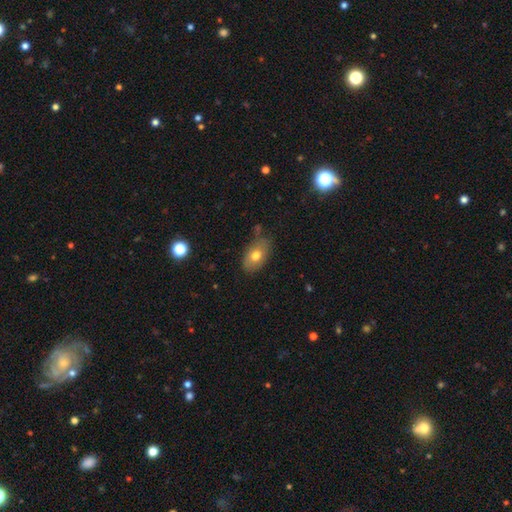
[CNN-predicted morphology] smooth-or-featured: smooth: 71% | featured or disk: 20% | star or artifact: 8%
  how-rounded: in between: 89% | round: 9% | cigar-shaped: 2%
  merging: none: 73% | minor disturbance: 20% | major disturbance: 4% | merger: 3%